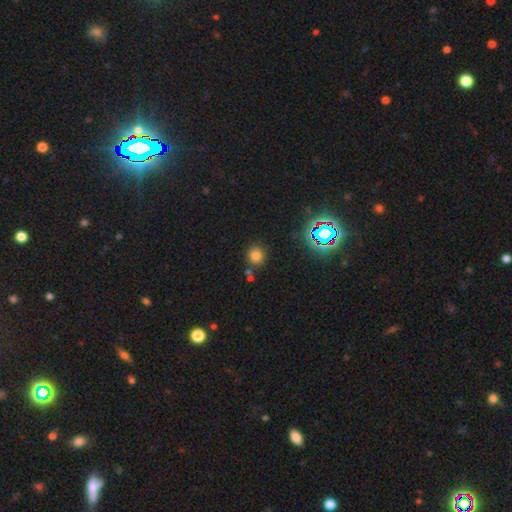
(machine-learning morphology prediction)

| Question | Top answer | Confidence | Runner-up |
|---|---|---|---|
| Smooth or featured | smooth | 72% | star or artifact (22%) |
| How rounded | round | 90% | in between (8%) |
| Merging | none | 77% | minor disturbance (10%) |